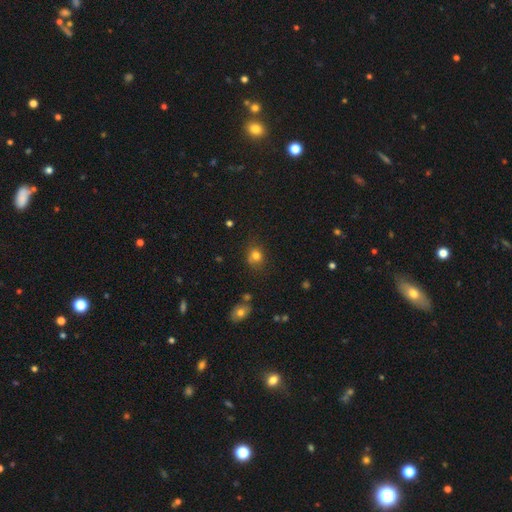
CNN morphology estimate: A smooth galaxy with no disk features (78%) that is round (72%). Merging: none (67%).